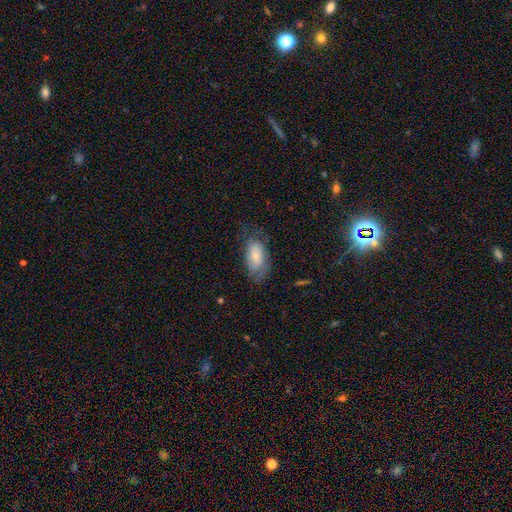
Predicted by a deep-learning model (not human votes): Morphology: type=smooth (69%); roundness=in between (93%); merging=none (56%).